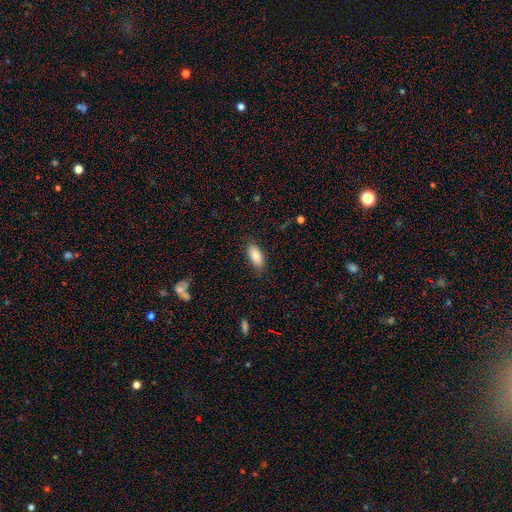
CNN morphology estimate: smooth_or_featured: smooth (p=0.87) [alt: star or artifact p=0.06]
how_rounded: in between (p=0.87) [alt: cigar-shaped p=0.11]
merging: none (p=0.83) [alt: minor disturbance p=0.13]